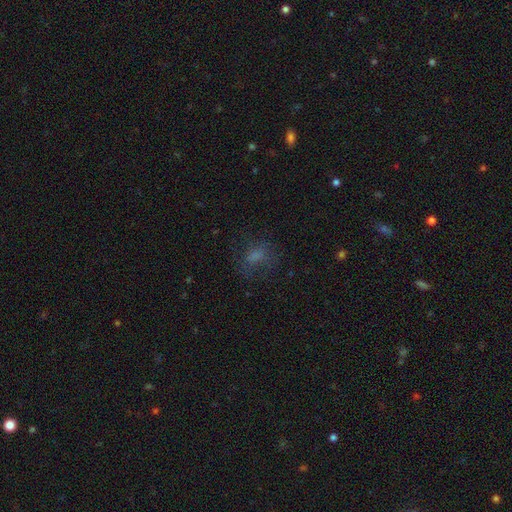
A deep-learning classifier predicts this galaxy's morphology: A smooth galaxy with no disk features (58%) that is in between round and cigar-shaped (63%).

Vote fractions:
- Smooth or featured? smooth: 58% / star or artifact: 21% / featured or disk: 20%
- How rounded? in between: 63% / round: 33% / cigar-shaped: 4%
- Merging? none: 56% / major disturbance: 23% / minor disturbance: 19% / merger: 2%